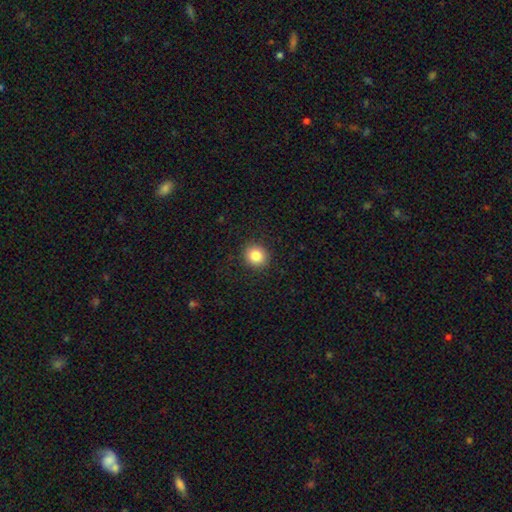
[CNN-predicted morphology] This is clearly a smooth galaxy (84%). How rounded: clearly round (86%). Merging: clearly none (91%).